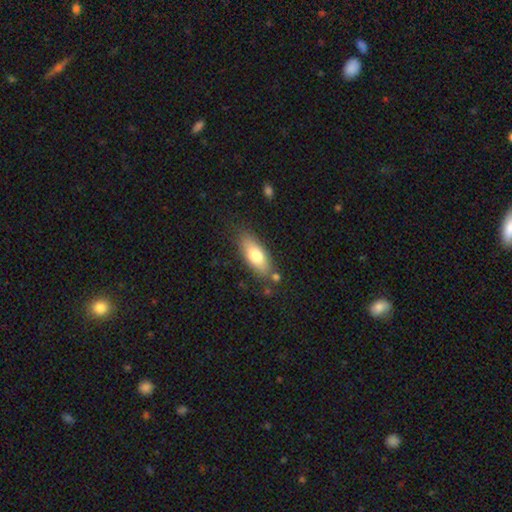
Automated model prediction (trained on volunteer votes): Morphology: type=smooth (74%); roundness=in between (74%); merging=none (78%).